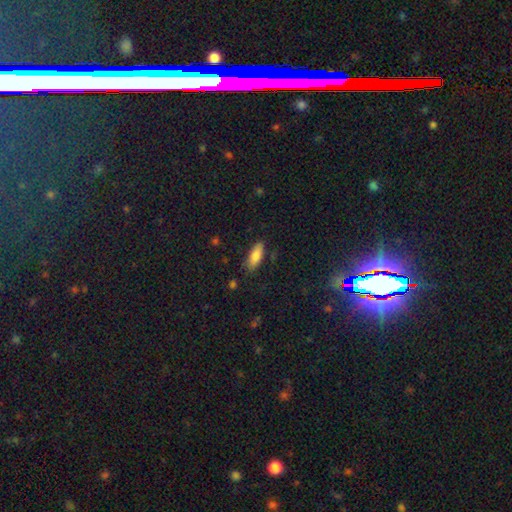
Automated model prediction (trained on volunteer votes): The model was most divided on "how rounded": in between: 75%, cigar-shaped: 23%, round: 2%. More confident: smooth or featured — smooth (83%); merging — none (81%).